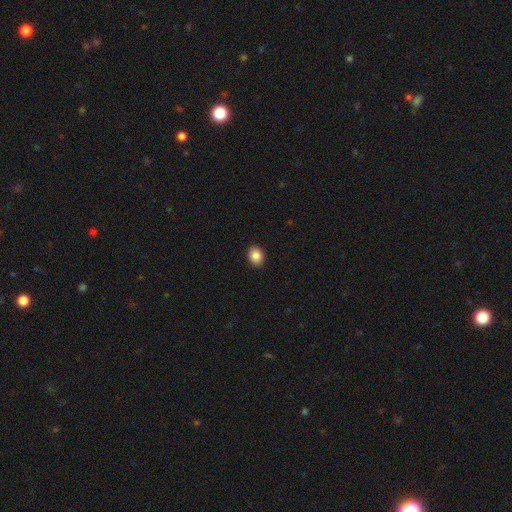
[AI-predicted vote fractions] Morphology: type=smooth (86%); roundness=in between (52%); merging=none (91%).